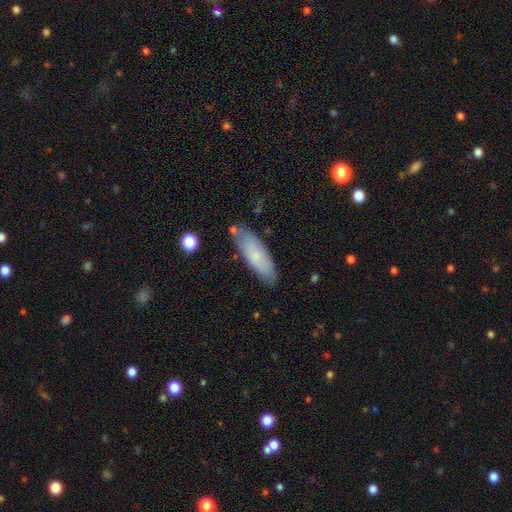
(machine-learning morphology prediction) This appears to be a smooth galaxy with no disk features (73%) that is in between round and cigar-shaped (53%). Merging: none (78%).